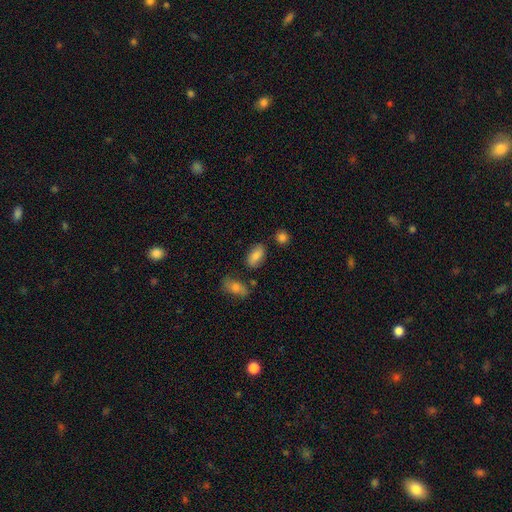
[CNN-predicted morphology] This is clearly a smooth galaxy (81%). How rounded: clearly in between (90%). Merging: likely none (76%).